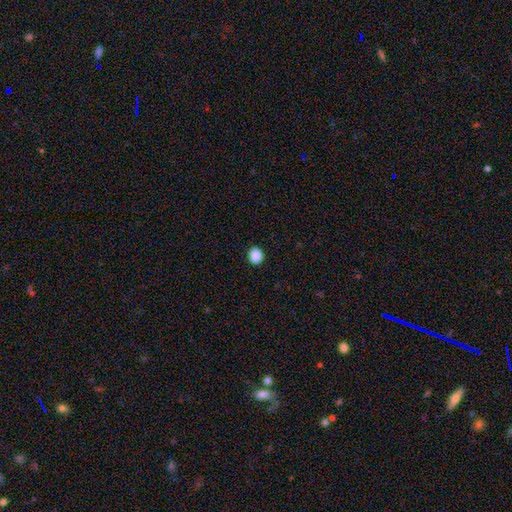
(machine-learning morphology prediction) A smooth galaxy with no disk features (89%) that is round (73%). Merging: none (92%).